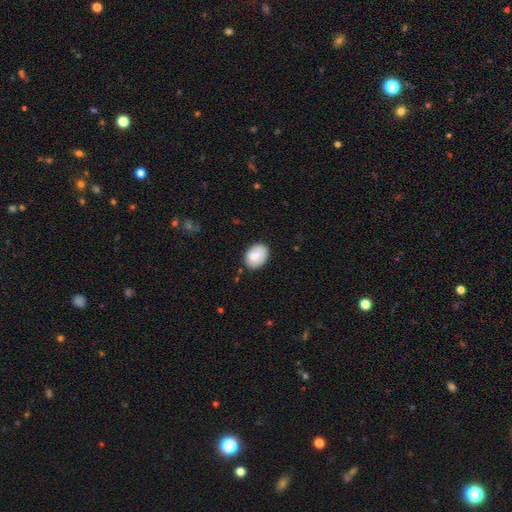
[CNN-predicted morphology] A smooth galaxy with no disk features (81%) that is in between round and cigar-shaped (70%). Merging: none (79%).